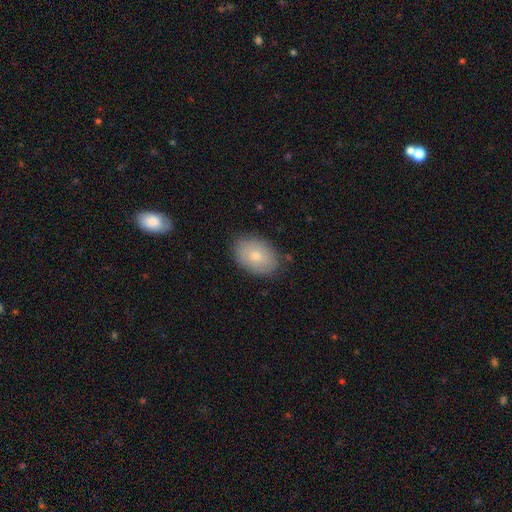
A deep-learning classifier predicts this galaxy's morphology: This is likely a smooth galaxy (76%). How rounded: clearly in between (82%). Merging: clearly none (83%).